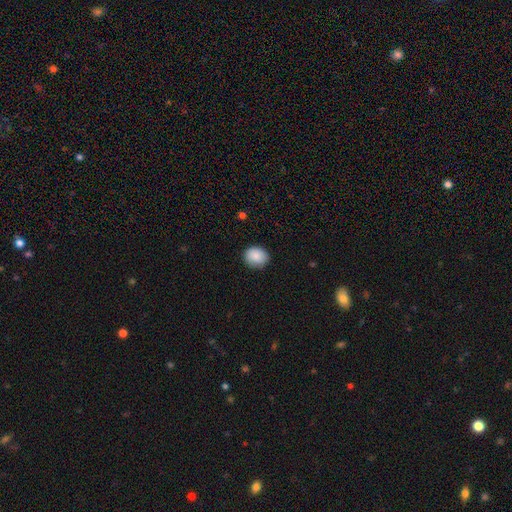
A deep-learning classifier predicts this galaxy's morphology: smooth 86%, star or artifact 8%, featured or disk 6%. Down the decision tree: how rounded — round (69%); merging — none (83%).